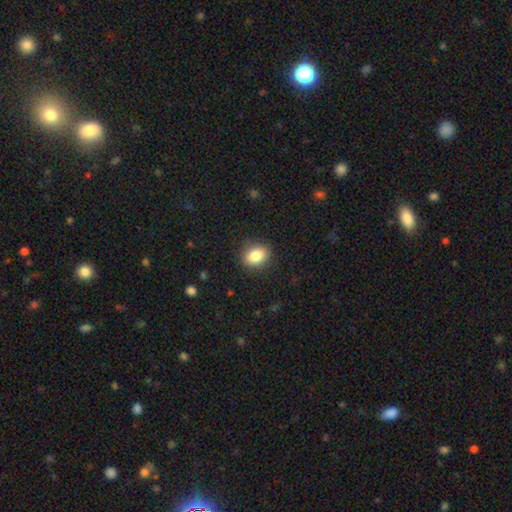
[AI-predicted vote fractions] Smooth or featured: smooth — 84% (star or artifact — 9%)
How rounded: in between — 52% (round — 47%)
Merging: none — 88% (minor disturbance — 9%)